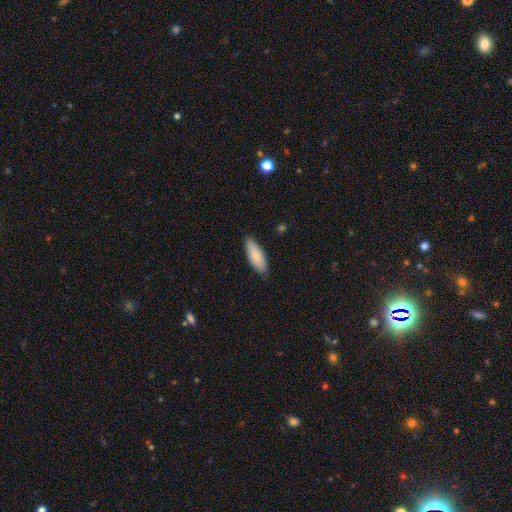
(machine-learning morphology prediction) Smooth or featured? smooth (82%)
How rounded? in between (70%)
Merging? none (80%)